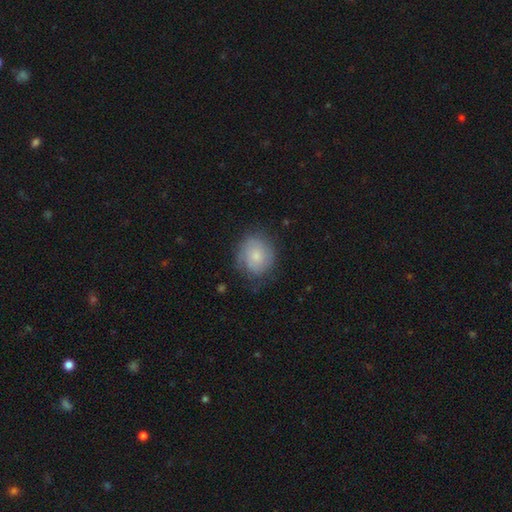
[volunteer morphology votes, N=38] Smooth or featured: smooth — 63% (featured or disk — 32%)
How rounded: round — 75% (in between — 25%)
Merging: none — 50% (minor disturbance — 42%)